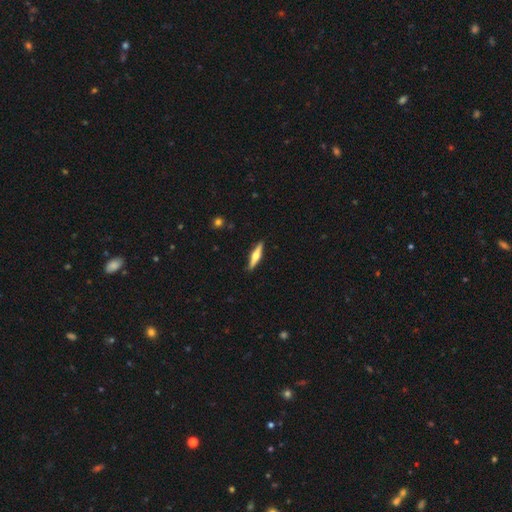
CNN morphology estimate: The model was most divided on "smooth or featured": featured or disk: 58%, smooth: 37%, star or artifact: 5%. More confident: edge-on disk — yes (97%); edge-on bulge — rounded (92%); merging — none (90%).